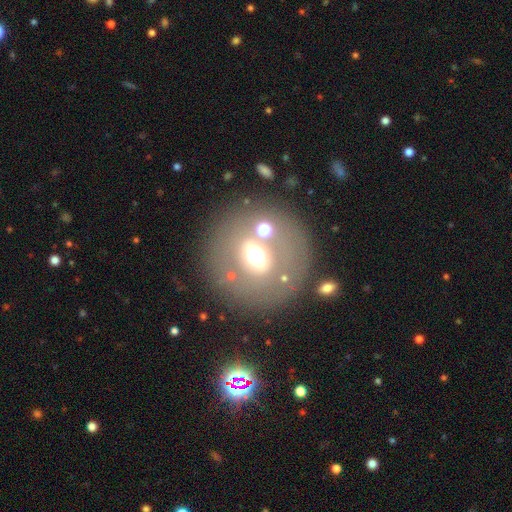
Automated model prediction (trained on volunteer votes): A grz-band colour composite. It shows a smooth galaxy with no disk features (50%). Merging: none (70%).